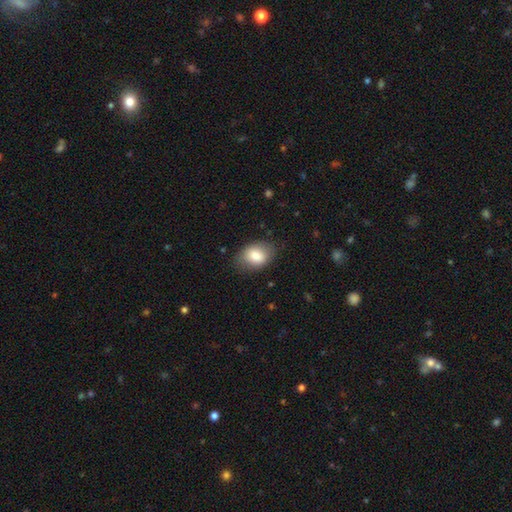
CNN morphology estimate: Smooth or featured?
  - smooth: 82% *
  - featured or disk: 11%
  - star or artifact: 7%
How rounded?
  - in between: 81% *
  - round: 18%
  - cigar-shaped: 1%
Merging?
  - none: 77% *
  - minor disturbance: 17%
  - major disturbance: 5%
  - merger: 1%